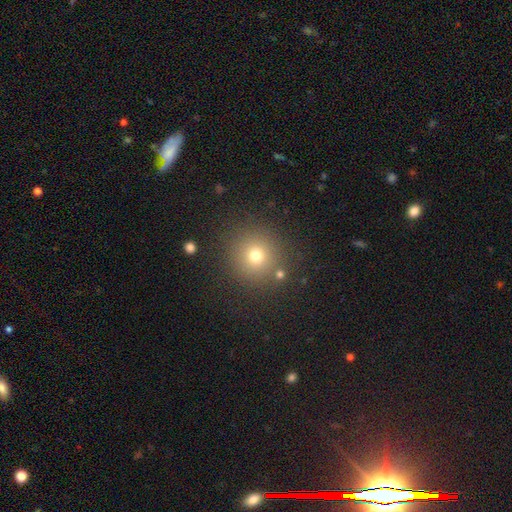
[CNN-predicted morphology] Q: Smooth or featured?
A: smooth (72%); runner-up: star or artifact (18%)
Q: How rounded?
A: round (94%); runner-up: in between (5%)
Q: Merging?
A: none (86%); runner-up: minor disturbance (7%)